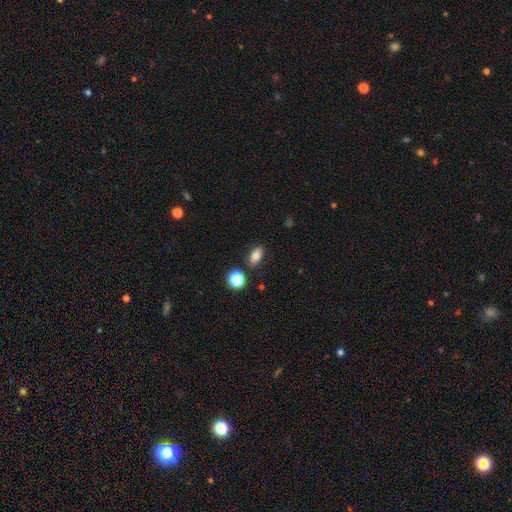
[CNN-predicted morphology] smooth-or-featured: smooth: 79% | star or artifact: 11% | featured or disk: 10%
  how-rounded: in between: 85% | round: 11% | cigar-shaped: 4%
  merging: none: 84% | minor disturbance: 10% | merger: 4% | major disturbance: 2%